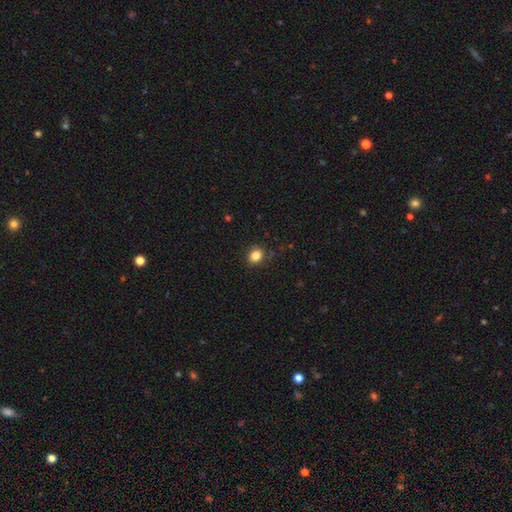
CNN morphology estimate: A smooth galaxy with no disk features (84%) that is round (58%). Merging: none (83%).